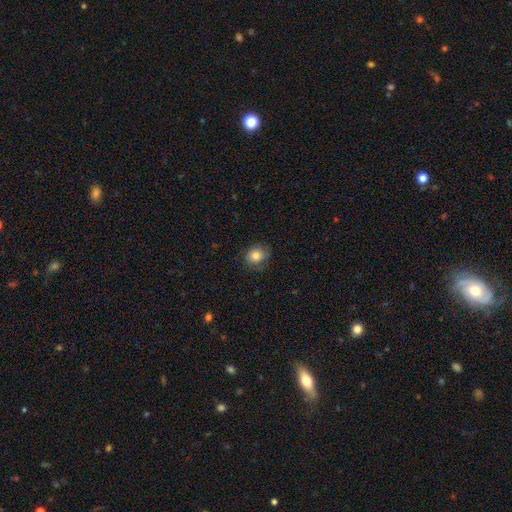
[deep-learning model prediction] Smooth or featured? smooth (81%)
How rounded? round (72%)
Merging? none (78%)